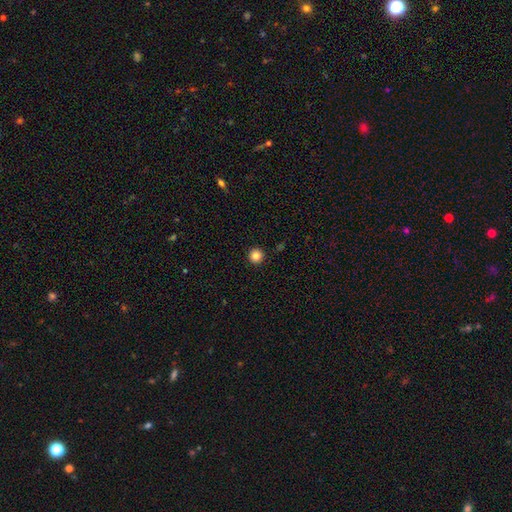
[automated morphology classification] Overall: smooth (84%). How rounded: round (96%). Merging: none (94%).